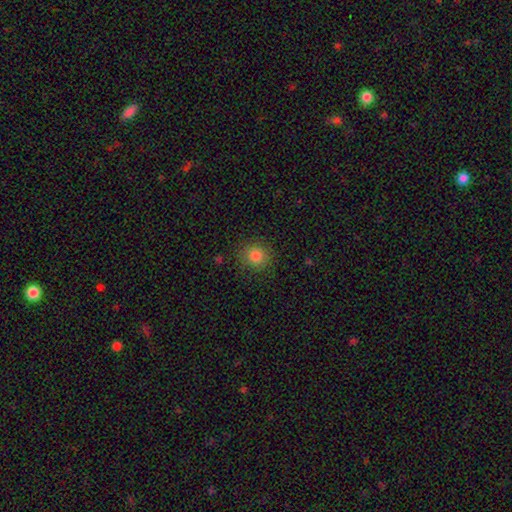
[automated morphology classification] smooth_or_featured: smooth (p=0.83) [alt: star or artifact p=0.12]
how_rounded: round (p=0.89) [alt: in between p=0.10]
merging: none (p=0.86) [alt: minor disturbance p=0.09]